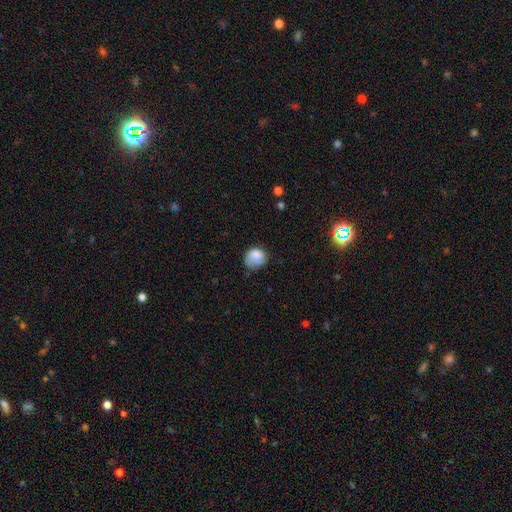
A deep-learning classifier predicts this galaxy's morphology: This is clearly a smooth galaxy (83%). How rounded: likely round (69%). Merging: possibly none (53%).